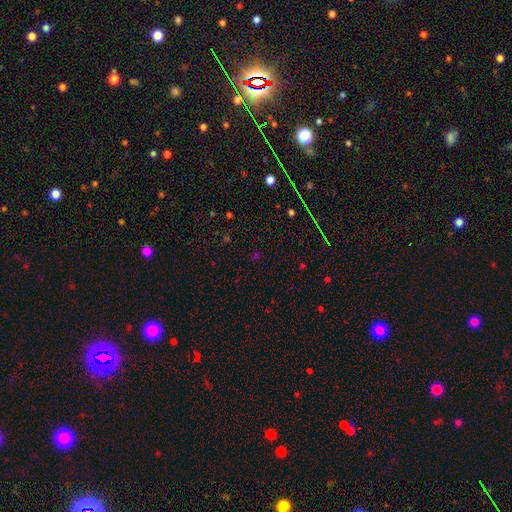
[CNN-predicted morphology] smooth_or_featured: star or artifact (p=0.59) [alt: smooth p=0.34]